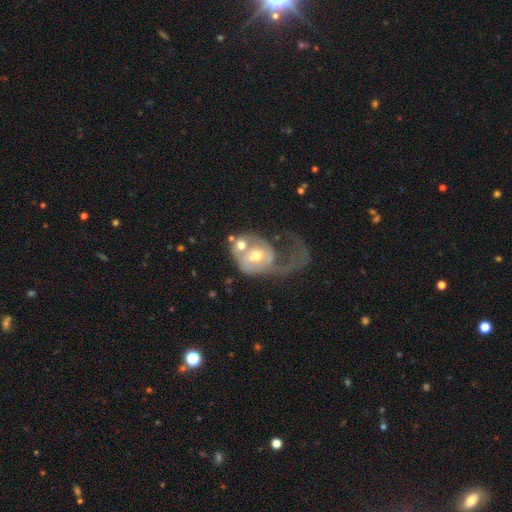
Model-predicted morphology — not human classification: Smooth or featured? Predicted: featured or disk (p=0.72). Edge-on disk? Predicted: no (p=0.97). Bar? Predicted: no (p=0.59). Spiral arms? Predicted: yes (p=0.75). Spiral winding? Predicted: loose (p=0.51). Spiral arm count? Predicted: 1 (p=0.50). Bulge size? Predicted: moderate (p=0.62). Merging? Predicted: major disturbance (p=0.39, tied with merger).